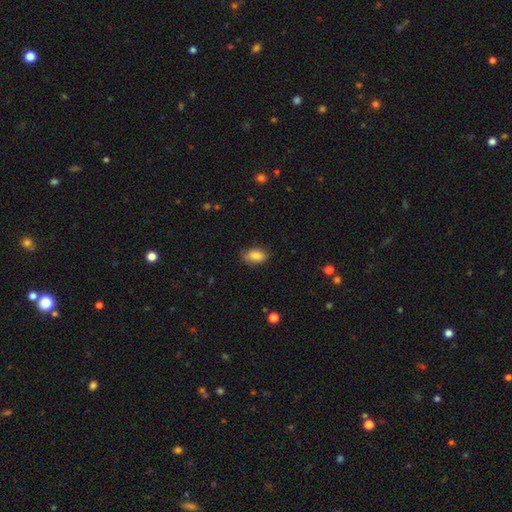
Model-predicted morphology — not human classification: A smooth galaxy with no disk features (83%) that is in between round and cigar-shaped (88%). Merging: none (73%).